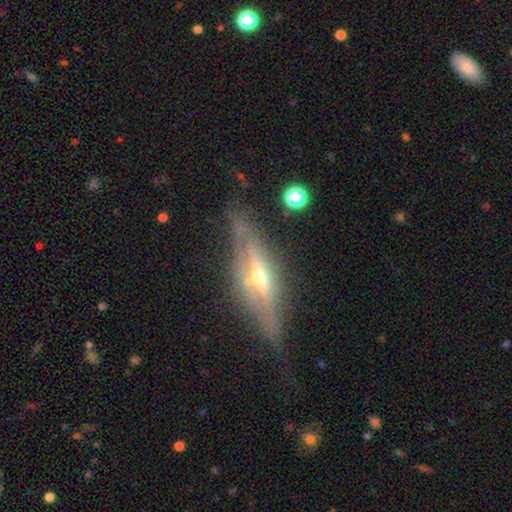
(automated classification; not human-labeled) smooth_or_featured: featured or disk (p=0.81) [alt: smooth p=0.11]
disk_edge_on: yes (p=0.91) [alt: no p=0.09]
edge_on_bulge: rounded (p=0.85) [alt: boxy p=0.09]
merging: none (p=0.78) [alt: minor disturbance p=0.15]